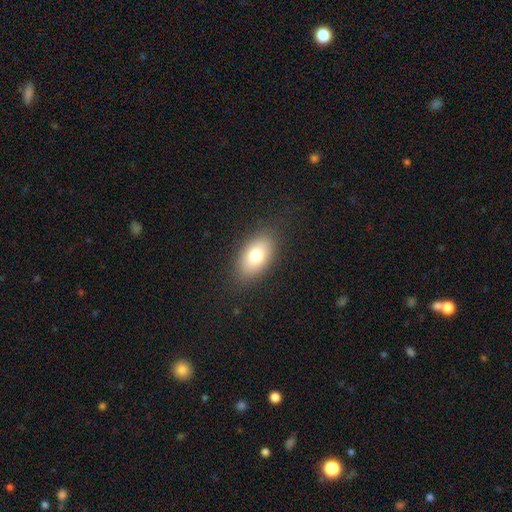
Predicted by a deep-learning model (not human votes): Overall: smooth (76%). How rounded: in between (90%). Merging: none (85%).